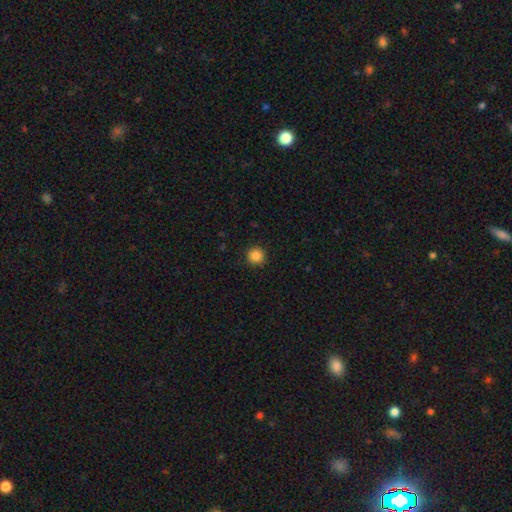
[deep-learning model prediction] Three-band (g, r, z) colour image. It shows a smooth galaxy with no disk features (86%) that is round (95%). Merging: none (92%).